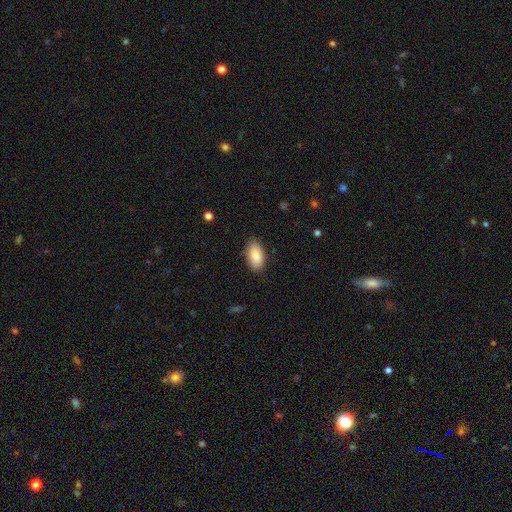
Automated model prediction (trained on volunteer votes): smooth 89%, star or artifact 6%, featured or disk 5%. Down the decision tree: how rounded — in between (94%); merging — none (84%).